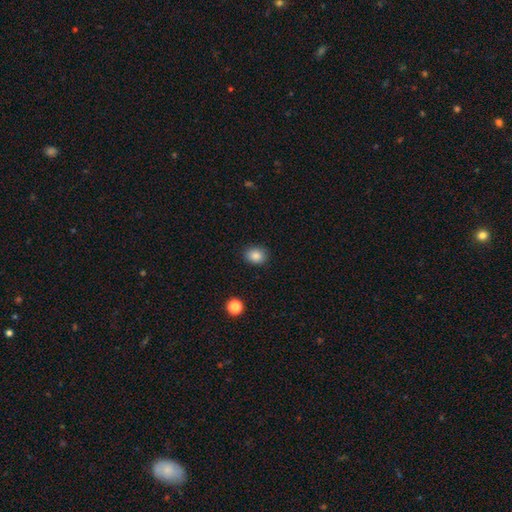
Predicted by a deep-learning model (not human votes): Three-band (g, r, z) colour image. It shows a smooth galaxy with no disk features (85%) that is round (51%). Merging: none (87%).